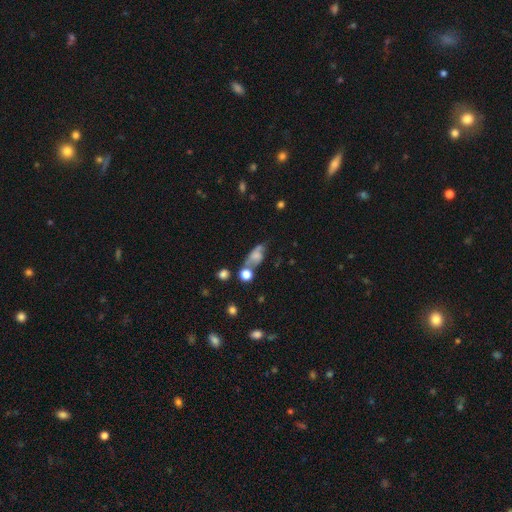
Volunteers were most divided on "merging": none: 37%, merger: 34%, minor disturbance: 14%, major disturbance: 14%. More confident: smooth or featured — smooth (67%); how rounded — in between (62%).